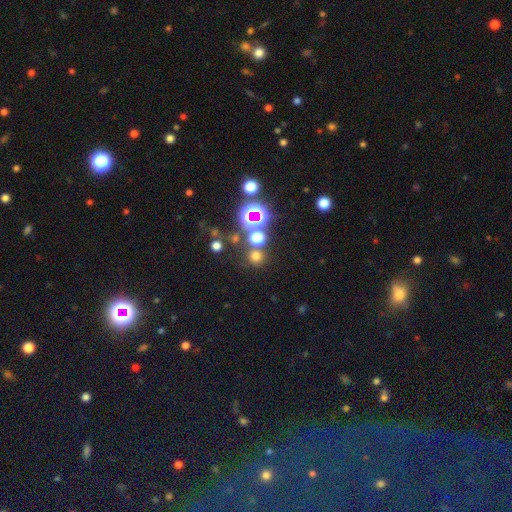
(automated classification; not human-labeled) Smooth or featured? Predicted: smooth (p=0.63). How rounded? Predicted: round (p=0.92). Merging? Predicted: none (p=0.76).